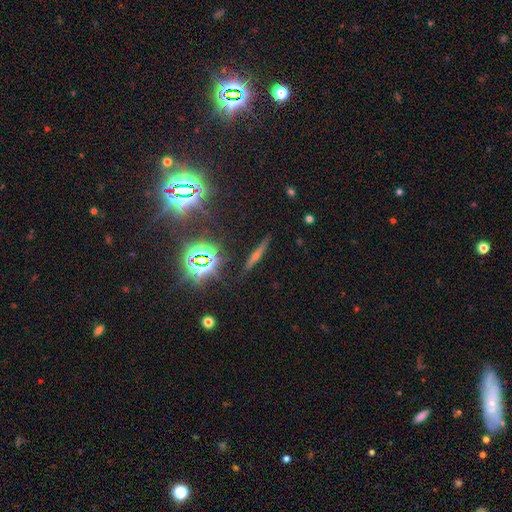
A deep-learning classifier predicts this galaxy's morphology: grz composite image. It shows a featured or disk galaxy (42%). Merging: none (87%).